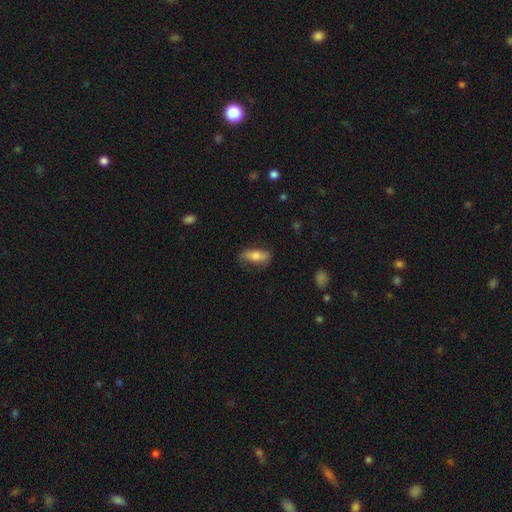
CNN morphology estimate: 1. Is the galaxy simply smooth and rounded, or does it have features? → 69% smooth, 24% featured or disk, 7% star or artifact.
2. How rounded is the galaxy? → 73% in between, 24% cigar-shaped, 4% round.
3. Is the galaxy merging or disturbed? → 74% none, 20% minor disturbance, 5% major disturbance, 1% merger.